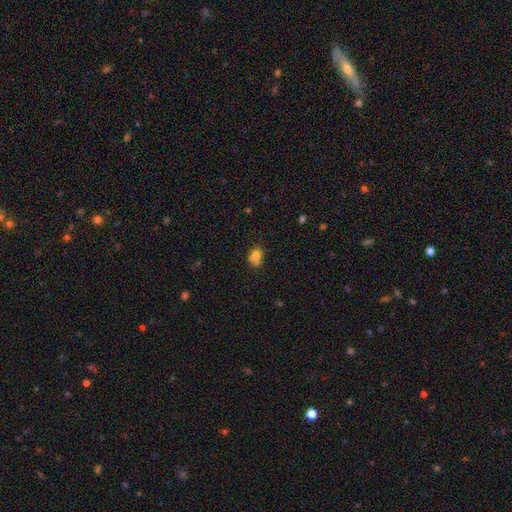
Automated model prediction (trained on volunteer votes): Smooth or featured? Predicted: smooth (p=0.75). How rounded? Predicted: in between (p=0.50). Merging? Predicted: none (p=0.39).